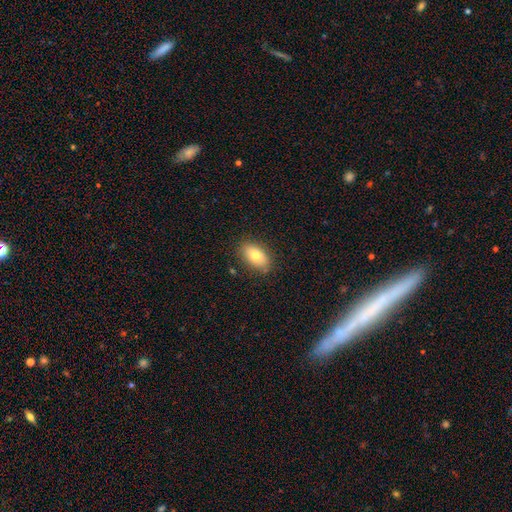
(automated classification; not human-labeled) Q: Smooth or featured?
A: smooth (78%); runner-up: featured or disk (15%)
Q: How rounded?
A: in between (90%); runner-up: round (7%)
Q: Merging?
A: none (84%); runner-up: minor disturbance (11%)